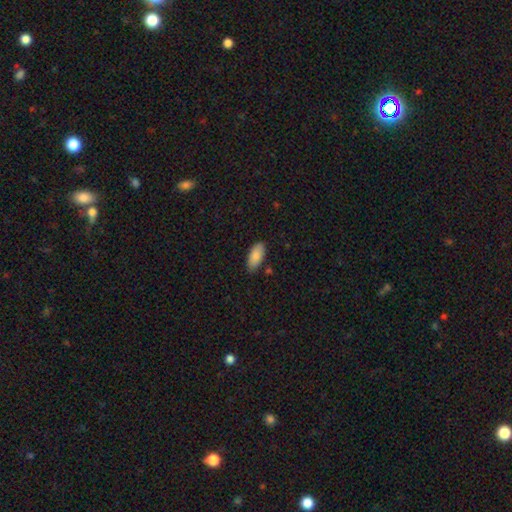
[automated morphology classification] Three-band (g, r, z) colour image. It shows a smooth galaxy with no disk features (86%) that is in between round and cigar-shaped (91%). Merging: none (83%).